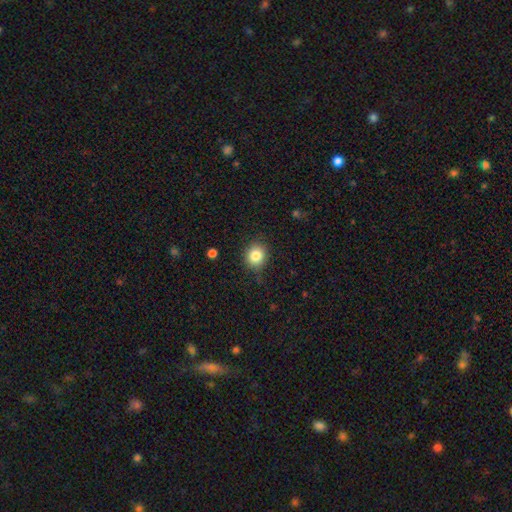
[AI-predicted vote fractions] smooth_or_featured: smooth (p=0.83) [alt: star or artifact p=0.11]
how_rounded: round (p=0.76) [alt: in between p=0.23]
merging: none (p=0.82) [alt: minor disturbance p=0.13]